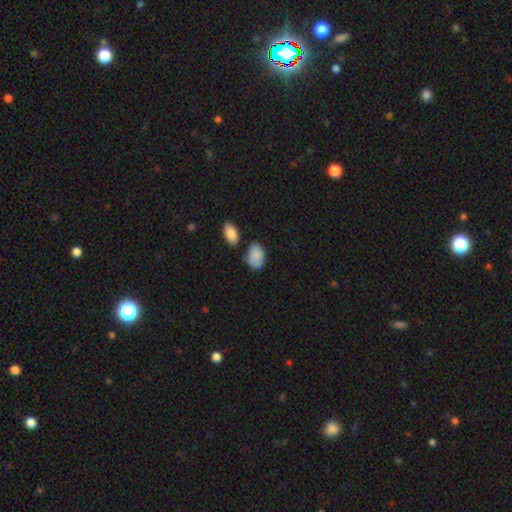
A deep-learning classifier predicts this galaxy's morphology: The model was most divided on "merging": none: 61%, minor disturbance: 24%, merger: 10%, major disturbance: 6%. More confident: how rounded — in between (88%); smooth or featured — smooth (86%).